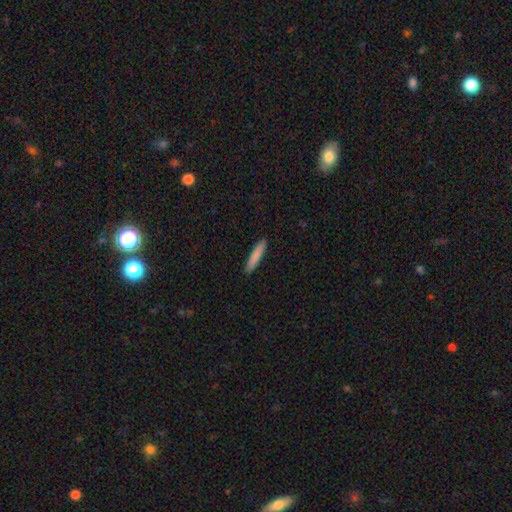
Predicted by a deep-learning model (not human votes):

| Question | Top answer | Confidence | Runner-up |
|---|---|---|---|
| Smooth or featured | smooth | 84% | featured or disk (10%) |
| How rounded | cigar-shaped | 92% | in between (7%) |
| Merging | none | 92% | minor disturbance (6%) |